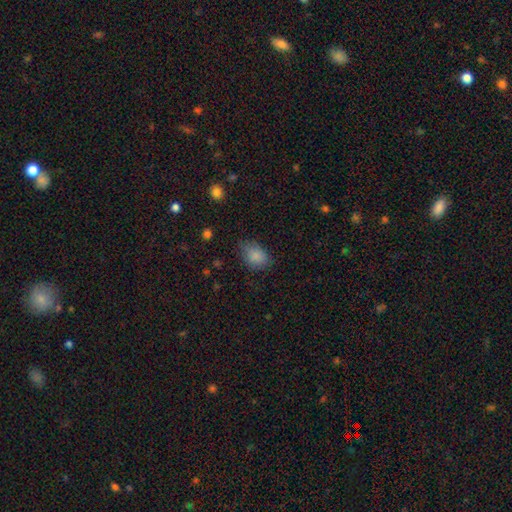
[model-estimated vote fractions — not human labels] Smooth or featured?
  - smooth: 85% *
  - star or artifact: 9%
  - featured or disk: 5%
How rounded?
  - in between: 75% *
  - round: 24%
  - cigar-shaped: 1%
Merging?
  - none: 68% *
  - minor disturbance: 24%
  - major disturbance: 6%
  - merger: 1%